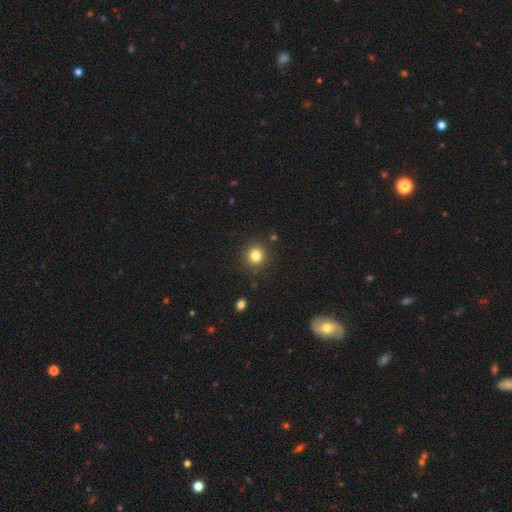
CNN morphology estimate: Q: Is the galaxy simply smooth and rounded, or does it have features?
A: smooth — 82%.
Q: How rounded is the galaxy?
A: round — 90%.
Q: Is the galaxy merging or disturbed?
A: none — 88%.